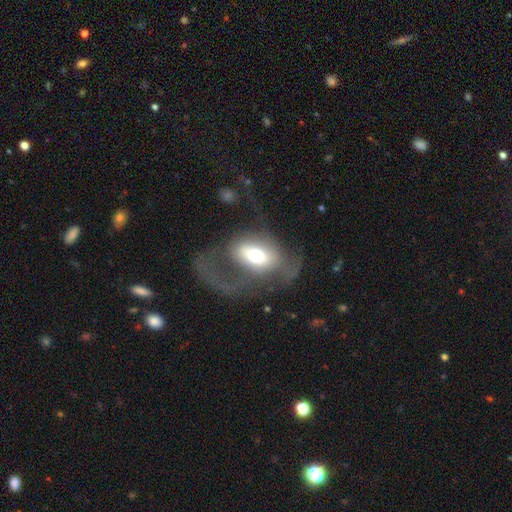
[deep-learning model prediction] A featured or disk galaxy (48%). Merging: major disturbance (57%).